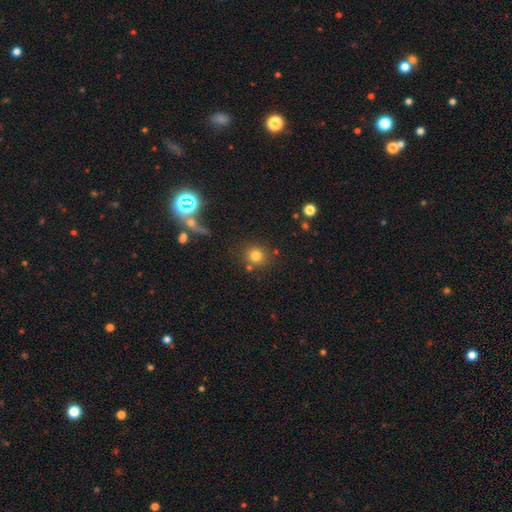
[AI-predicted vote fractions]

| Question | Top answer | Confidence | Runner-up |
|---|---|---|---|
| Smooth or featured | smooth | 78% | star or artifact (14%) |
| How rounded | round | 85% | in between (14%) |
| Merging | none | 79% | minor disturbance (10%) |